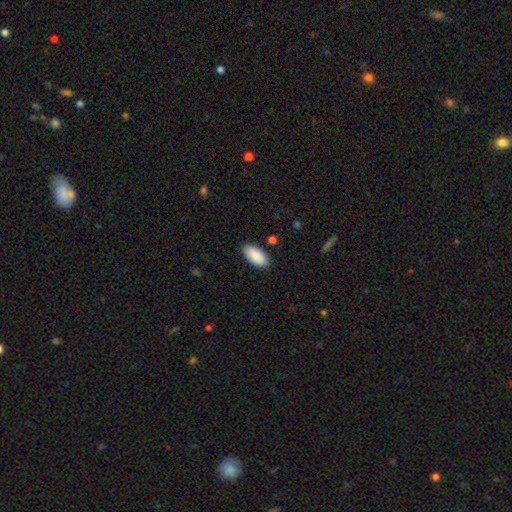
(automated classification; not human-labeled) Q: Smooth or featured?
A: smooth (90%); runner-up: star or artifact (6%)
Q: How rounded?
A: in between (94%); runner-up: cigar-shaped (4%)
Q: Merging?
A: none (88%); runner-up: minor disturbance (9%)